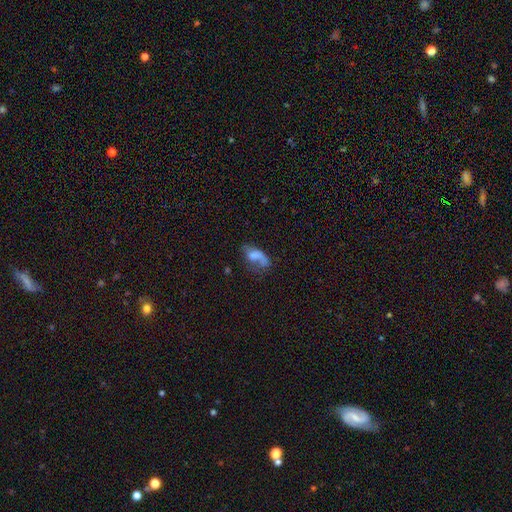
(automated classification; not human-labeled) Q: Smooth or featured?
A: smooth (54%); runner-up: featured or disk (35%)
Q: How rounded?
A: in between (86%); runner-up: round (8%)
Q: Merging?
A: major disturbance (36%); runner-up: none (30%)